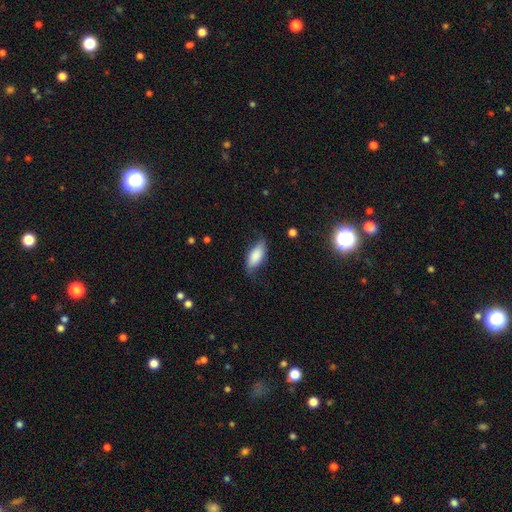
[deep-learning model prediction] smooth 76%, featured or disk 17%, star or artifact 7%. Down the decision tree: how rounded — in between (83%); merging — none (62%).